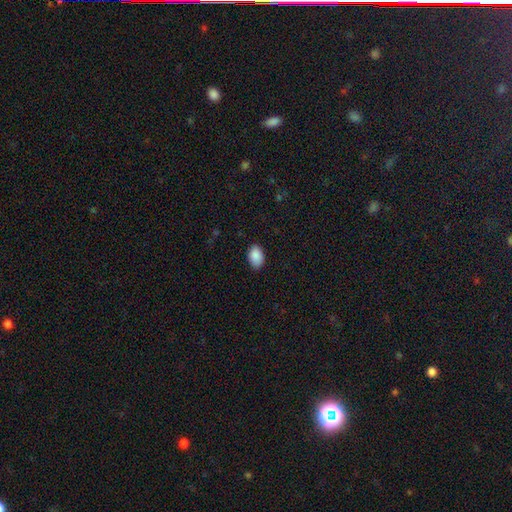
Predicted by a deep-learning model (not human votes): The model was most divided on "merging": none: 84%, minor disturbance: 13%, major disturbance: 2%, merger: 1%. More confident: how rounded — in between (91%); smooth or featured — smooth (89%).